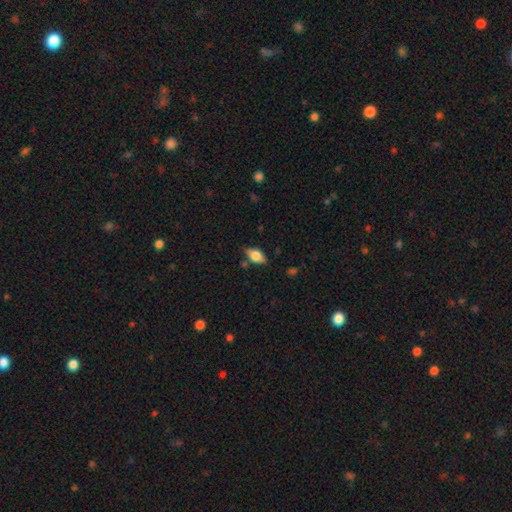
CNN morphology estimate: A smooth galaxy with no disk features (62%) that is in between round and cigar-shaped (83%).

Vote fractions:
- Smooth or featured? smooth: 62% / featured or disk: 30% / star or artifact: 8%
- How rounded? in between: 83% / round: 8% / cigar-shaped: 8%
- Merging? none: 71% / minor disturbance: 21% / major disturbance: 5% / merger: 4%